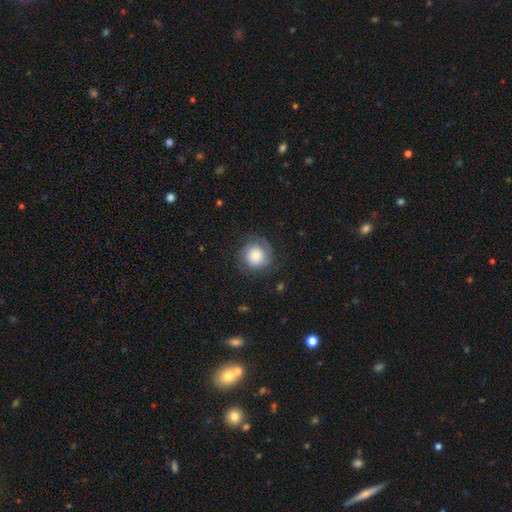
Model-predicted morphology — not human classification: A smooth galaxy with no disk features (48%).

Vote fractions:
- Smooth or featured? smooth: 48% / featured or disk: 44% / star or artifact: 8%
- Merging? none: 76% / minor disturbance: 15% / major disturbance: 8% / merger: 1%